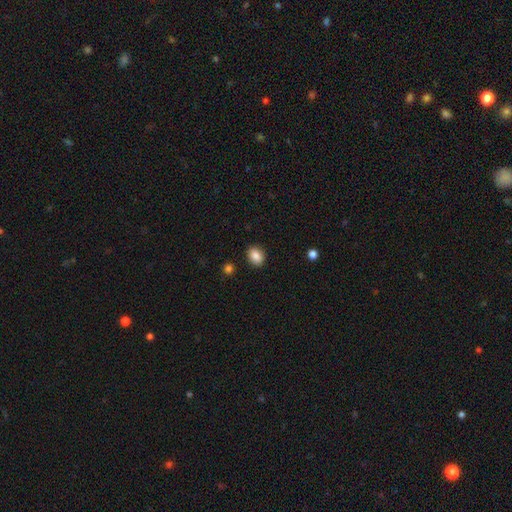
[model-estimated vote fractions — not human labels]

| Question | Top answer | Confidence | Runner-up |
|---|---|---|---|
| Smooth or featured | smooth | 87% | star or artifact (8%) |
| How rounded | in between | 63% | round (36%) |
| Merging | none | 89% | minor disturbance (7%) |